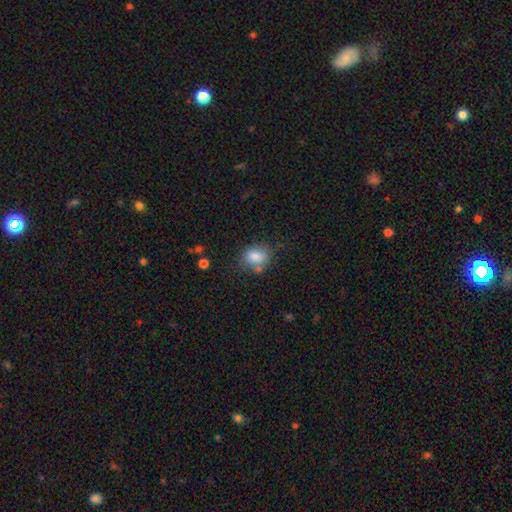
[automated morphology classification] Smooth or featured? smooth (79%)
How rounded? in between (58%)
Merging? none (59%)